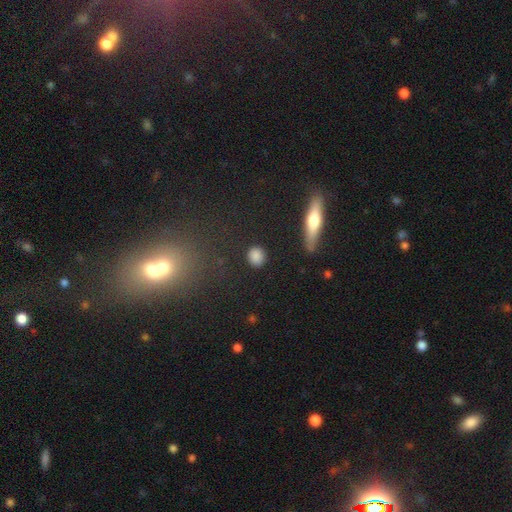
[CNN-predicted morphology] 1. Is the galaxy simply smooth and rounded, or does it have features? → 85% smooth, 9% star or artifact, 6% featured or disk.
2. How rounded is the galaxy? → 78% round, 19% in between, 3% cigar-shaped.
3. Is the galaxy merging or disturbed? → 87% none, 9% minor disturbance, 3% major disturbance, 2% merger.